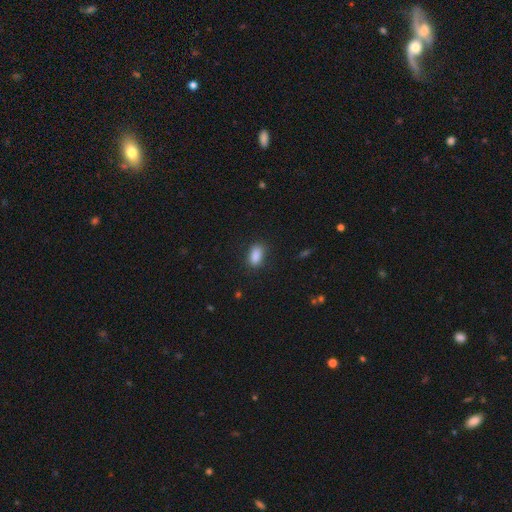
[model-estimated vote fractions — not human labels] smooth 88%, star or artifact 9%, featured or disk 4%. Down the decision tree: how rounded — in between (88%); merging — none (83%).